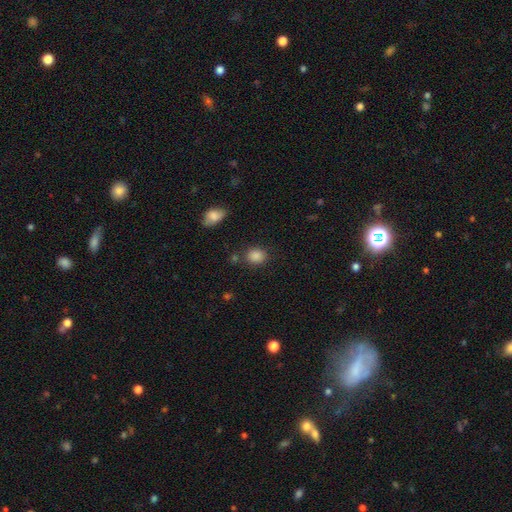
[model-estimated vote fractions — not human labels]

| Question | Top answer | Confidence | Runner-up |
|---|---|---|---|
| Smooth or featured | smooth | 86% | star or artifact (10%) |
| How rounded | in between | 50% | round (49%) |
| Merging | none | 78% | minor disturbance (13%) |